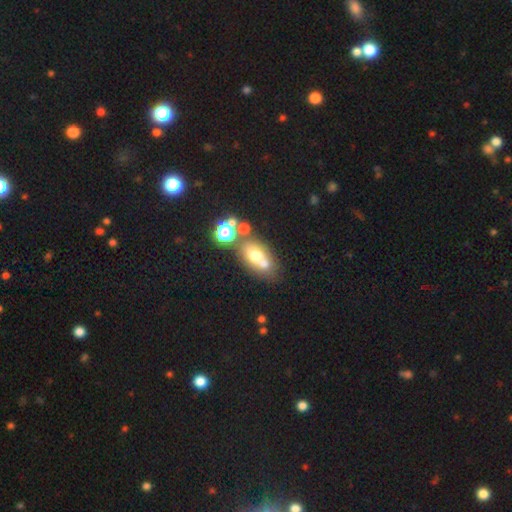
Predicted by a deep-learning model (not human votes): smooth 59%, featured or disk 25%, star or artifact 16%. Down the decision tree: how rounded — in between (70%); merging — none (42%).